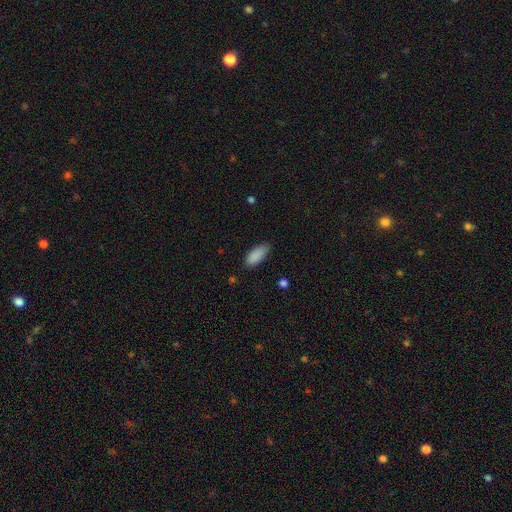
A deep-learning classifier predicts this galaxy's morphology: smooth-or-featured: smooth: 89% | star or artifact: 7% | featured or disk: 4%
  how-rounded: in between: 83% | cigar-shaped: 16% | round: 2%
  merging: none: 80% | minor disturbance: 16% | major disturbance: 3% | merger: 1%